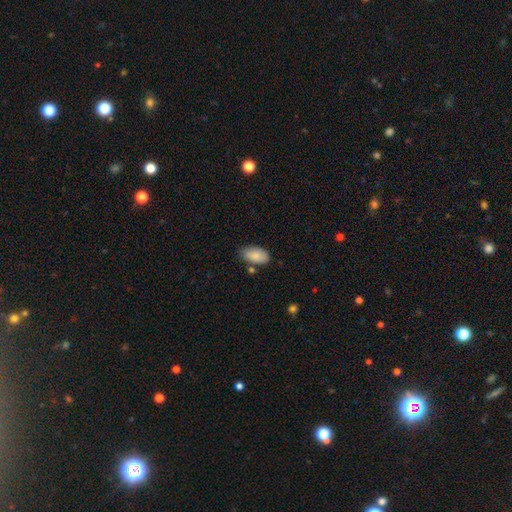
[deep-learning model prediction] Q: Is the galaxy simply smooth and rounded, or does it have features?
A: smooth — 88%.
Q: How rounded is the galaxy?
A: in between — 94%.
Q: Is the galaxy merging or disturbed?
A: none — 72%.